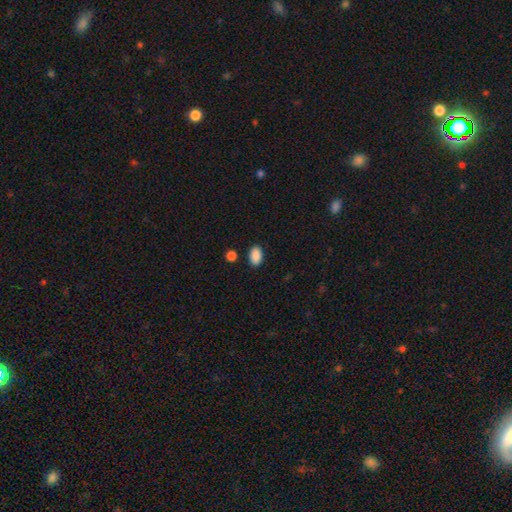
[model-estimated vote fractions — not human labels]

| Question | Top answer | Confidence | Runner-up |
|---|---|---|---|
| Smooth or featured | smooth | 89% | star or artifact (8%) |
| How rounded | in between | 90% | round (9%) |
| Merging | none | 86% | minor disturbance (9%) |